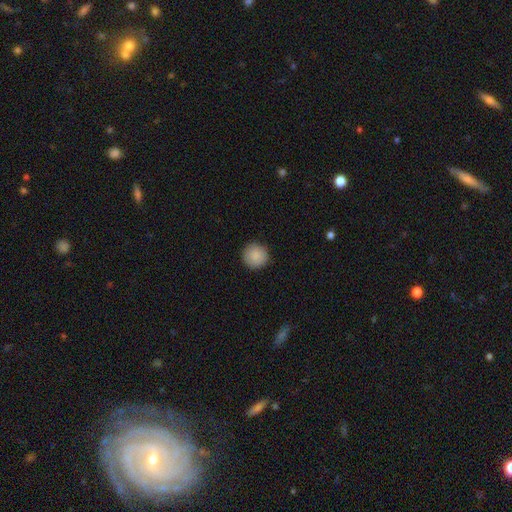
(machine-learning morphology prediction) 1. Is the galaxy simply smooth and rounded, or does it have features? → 88% smooth, 7% star or artifact, 5% featured or disk.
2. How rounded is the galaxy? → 95% round, 4% in between, 1% cigar-shaped.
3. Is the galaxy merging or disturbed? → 92% none, 6% minor disturbance, 2% major disturbance, 1% merger.